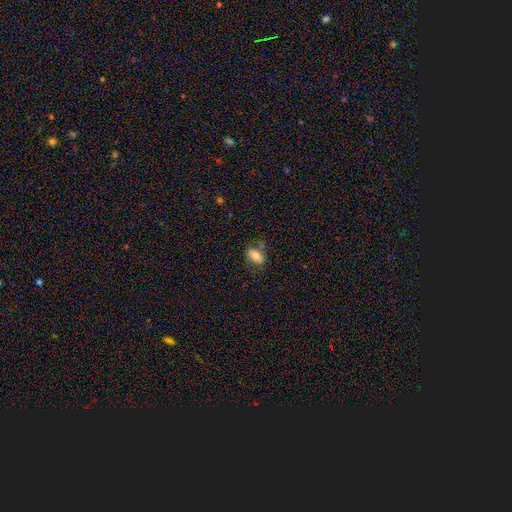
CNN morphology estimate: Overall: smooth (73%). How rounded: in between (87%). Merging: none (69%).